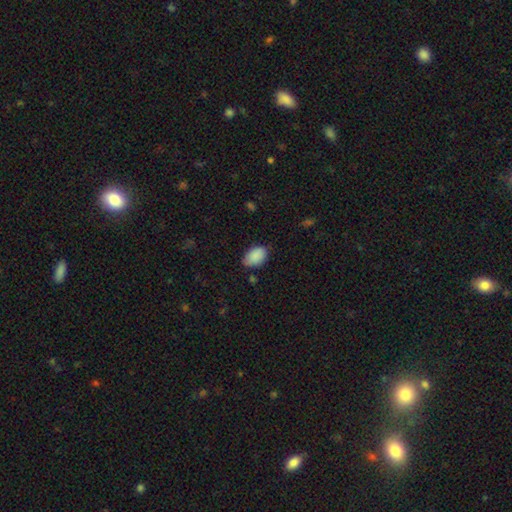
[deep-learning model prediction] A smooth galaxy with no disk features (89%) that is in between round and cigar-shaped (89%).

Vote fractions:
- Smooth or featured? smooth: 89% / star or artifact: 7% / featured or disk: 4%
- How rounded? in between: 89% / round: 10% / cigar-shaped: 1%
- Merging? none: 71% / minor disturbance: 23% / major disturbance: 4% / merger: 2%